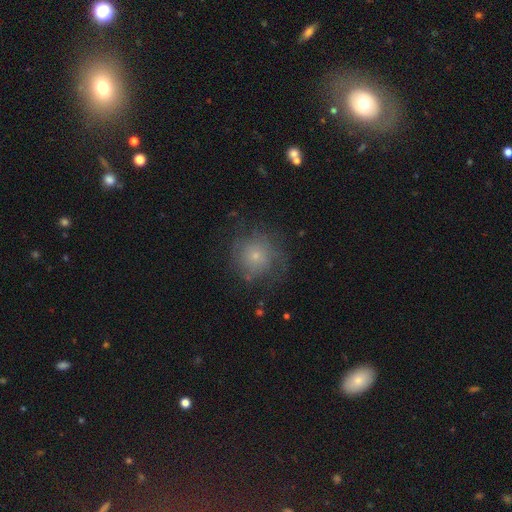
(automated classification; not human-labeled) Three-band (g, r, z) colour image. It shows a smooth galaxy with no disk features (55%) that is round (90%). Merging: none (63%).